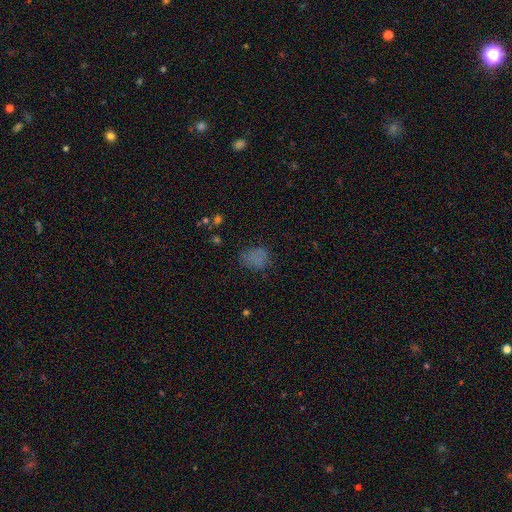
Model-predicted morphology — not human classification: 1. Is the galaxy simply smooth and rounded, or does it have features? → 66% smooth, 22% star or artifact, 13% featured or disk.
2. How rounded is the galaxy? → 60% in between, 38% round, 2% cigar-shaped.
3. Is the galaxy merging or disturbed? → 63% none, 21% minor disturbance, 12% major disturbance, 3% merger.